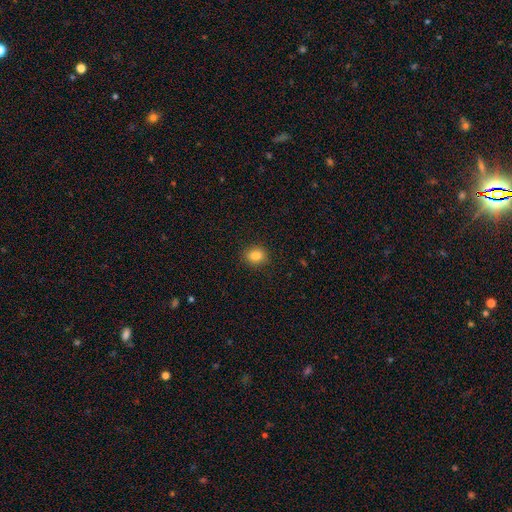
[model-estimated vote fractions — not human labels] A smooth galaxy with no disk features (84%) that is round (60%). Merging: none (89%).